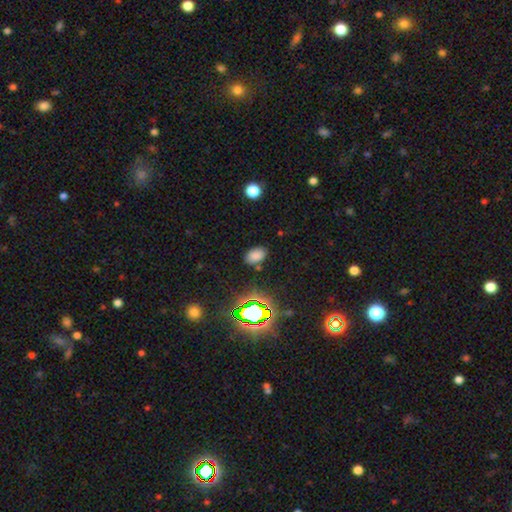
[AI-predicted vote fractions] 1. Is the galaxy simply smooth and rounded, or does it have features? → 74% smooth, 19% star or artifact, 7% featured or disk.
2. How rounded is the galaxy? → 89% in between, 10% round, 1% cigar-shaped.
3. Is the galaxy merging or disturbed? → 82% none, 12% minor disturbance, 3% major disturbance, 3% merger.